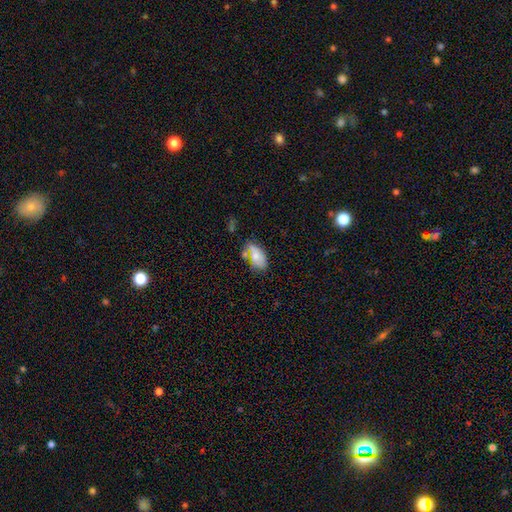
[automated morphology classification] smooth 75%, featured or disk 17%, star or artifact 8%. Down the decision tree: how rounded — in between (93%); merging — none (54%).